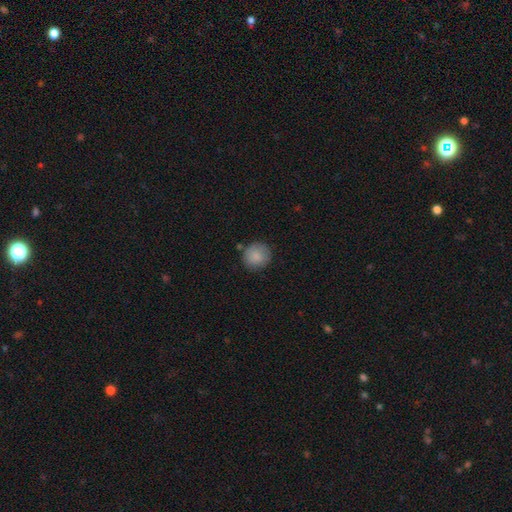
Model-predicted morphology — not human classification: This is clearly a smooth galaxy (86%). How rounded: clearly round (89%). Merging: clearly none (81%).